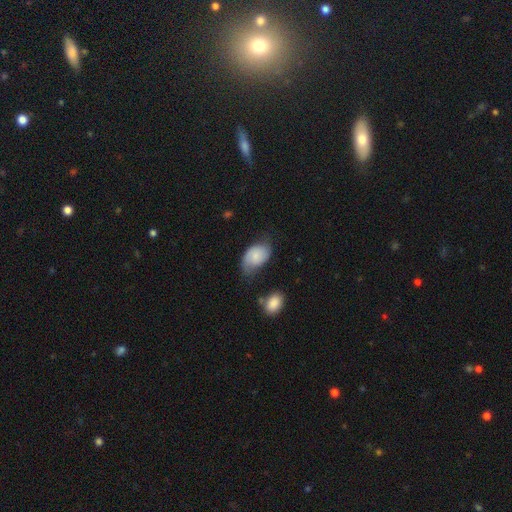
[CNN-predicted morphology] Smooth or featured?
  - smooth: 68% *
  - featured or disk: 25%
  - star or artifact: 7%
How rounded?
  - in between: 88% *
  - round: 11%
  - cigar-shaped: 1%
Merging?
  - none: 45% *
  - minor disturbance: 35%
  - major disturbance: 15%
  - merger: 5%